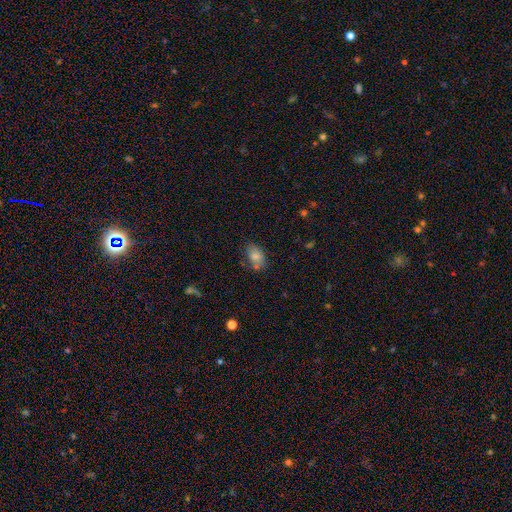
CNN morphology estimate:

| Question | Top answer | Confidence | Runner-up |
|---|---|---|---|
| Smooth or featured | smooth | 78% | featured or disk (12%) |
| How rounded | in between | 84% | round (14%) |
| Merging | none | 59% | minor disturbance (24%) |